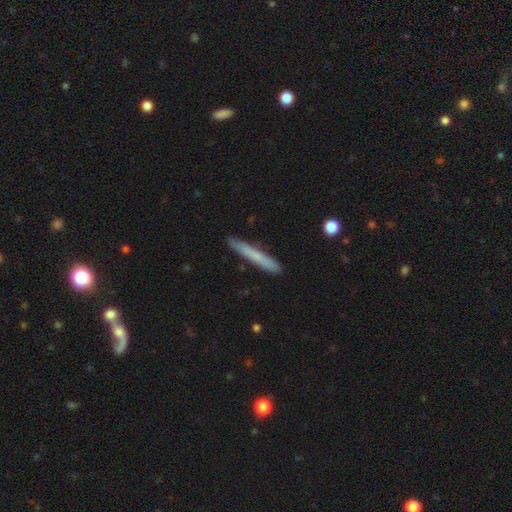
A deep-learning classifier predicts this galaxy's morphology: A smooth galaxy with no disk features (65%) that is cigar-shaped (96%).

Vote fractions:
- Smooth or featured? smooth: 65% / featured or disk: 28% / star or artifact: 6%
- How rounded? cigar-shaped: 96% / in between: 3% / round: 1%
- Merging? none: 88% / minor disturbance: 9% / major disturbance: 2% / merger: 1%